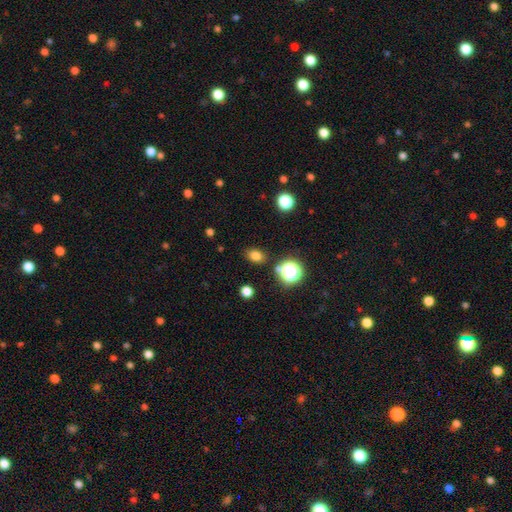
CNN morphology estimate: A smooth galaxy with no disk features (77%) that is in between round and cigar-shaped (65%). Merging: none (84%).